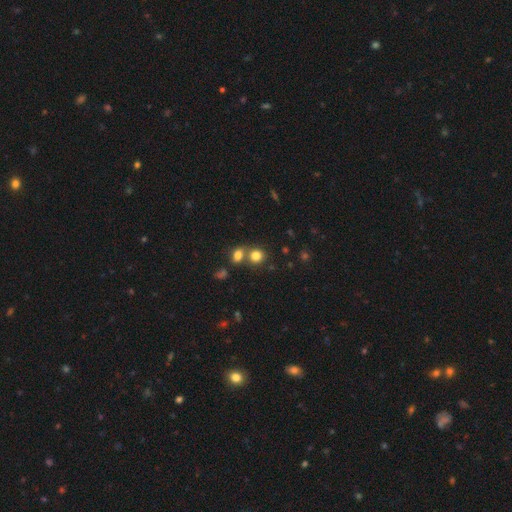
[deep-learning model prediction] smooth_or_featured: smooth (p=0.80) [alt: star or artifact p=0.12]
how_rounded: round (p=0.77) [alt: in between p=0.22]
merging: none (p=0.51) [alt: merger p=0.38]